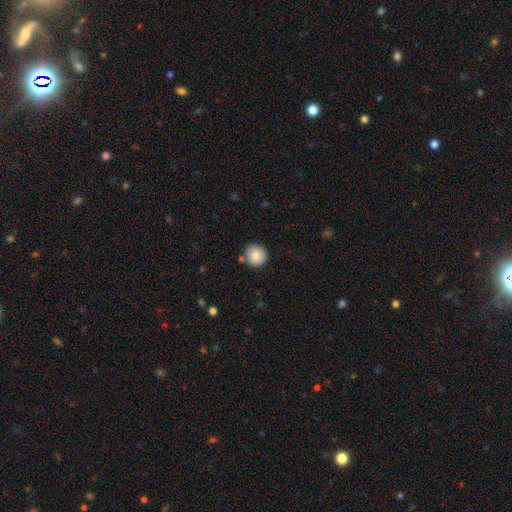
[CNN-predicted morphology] A smooth galaxy with no disk features (84%) that is round (95%). Merging: none (86%).